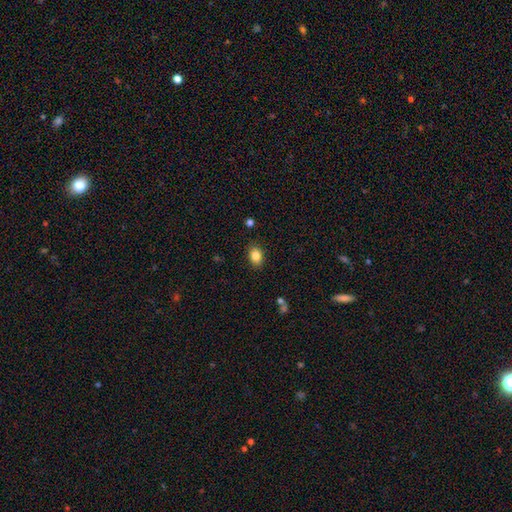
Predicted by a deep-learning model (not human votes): This appears to be a smooth galaxy with no disk features (85%) that is in between round and cigar-shaped (75%). Merging: none (87%).